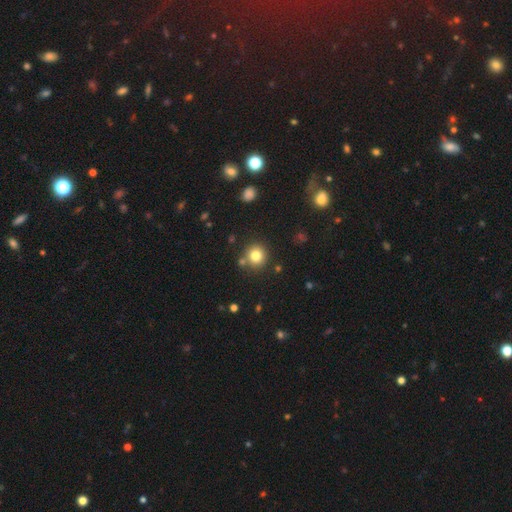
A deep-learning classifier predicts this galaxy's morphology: This is clearly a smooth galaxy (80%). How rounded: clearly round (92%). Merging: clearly none (81%).